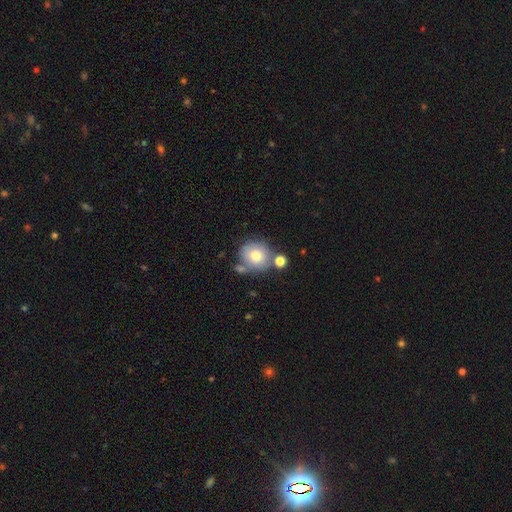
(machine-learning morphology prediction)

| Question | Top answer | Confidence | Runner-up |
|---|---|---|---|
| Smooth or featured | smooth | 73% | featured or disk (17%) |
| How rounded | round | 86% | in between (13%) |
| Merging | none | 62% | merger (18%) |